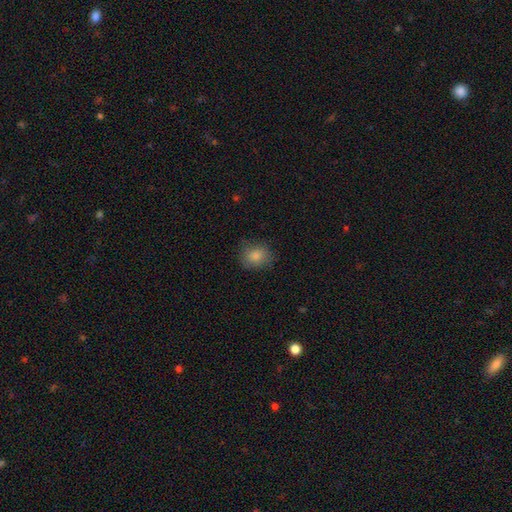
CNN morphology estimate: Smooth or featured: smooth — 85% (star or artifact — 9%)
How rounded: round — 67% (in between — 32%)
Merging: none — 79% (minor disturbance — 16%)